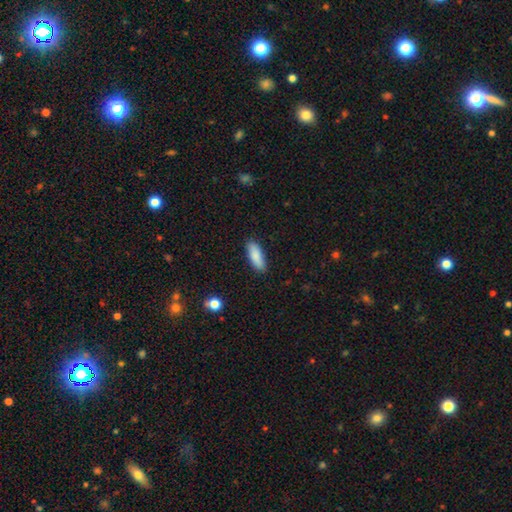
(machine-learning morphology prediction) Overall: smooth (87%). How rounded: in between (63%; cigar-shaped 35%). Merging: none (87%).